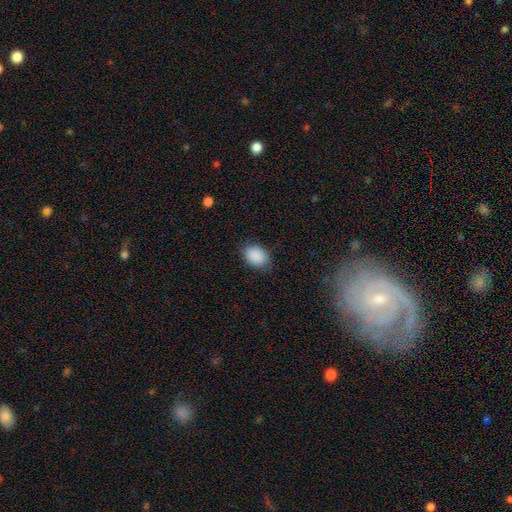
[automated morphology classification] smooth-or-featured: smooth: 90% | star or artifact: 7% | featured or disk: 3%
  how-rounded: in between: 75% | round: 24% | cigar-shaped: 1%
  merging: none: 82% | minor disturbance: 14% | major disturbance: 3% | merger: 1%